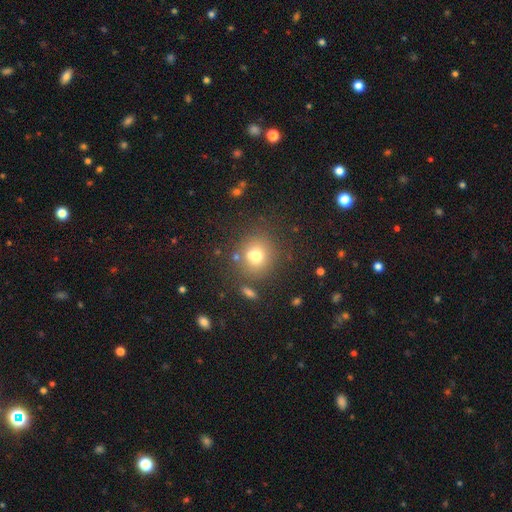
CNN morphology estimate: A smooth galaxy with no disk features (71%) that is round (84%).

Vote fractions:
- Smooth or featured? smooth: 71% / star or artifact: 15% / featured or disk: 14%
- How rounded? round: 84% / in between: 15% / cigar-shaped: 1%
- Merging? none: 68% / merger: 15% / minor disturbance: 12% / major disturbance: 5%